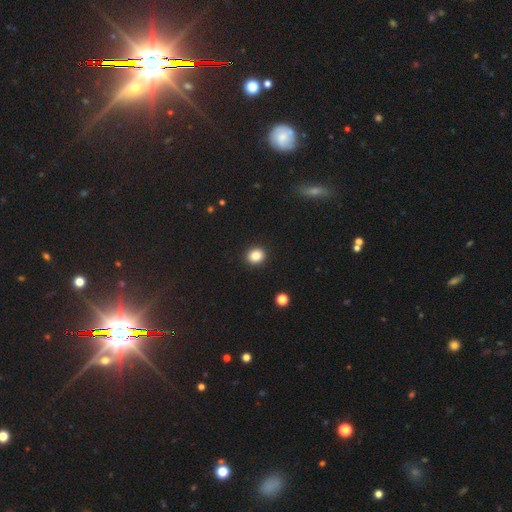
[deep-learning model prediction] This appears to be a smooth galaxy with no disk features (86%) that is round (75%). Merging: none (92%).